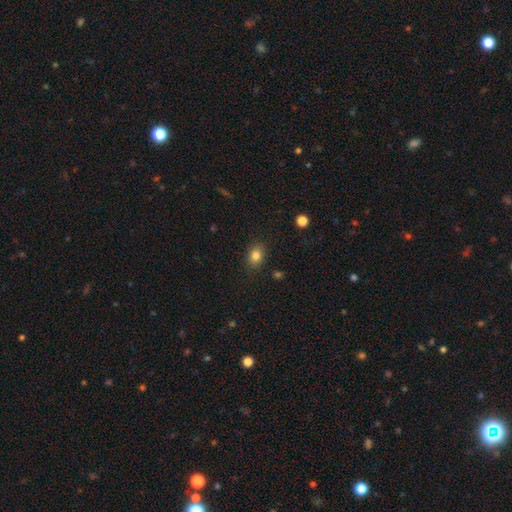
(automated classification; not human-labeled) Overall: smooth (82%). How rounded: in between (67%; round 32%). Merging: none (86%).